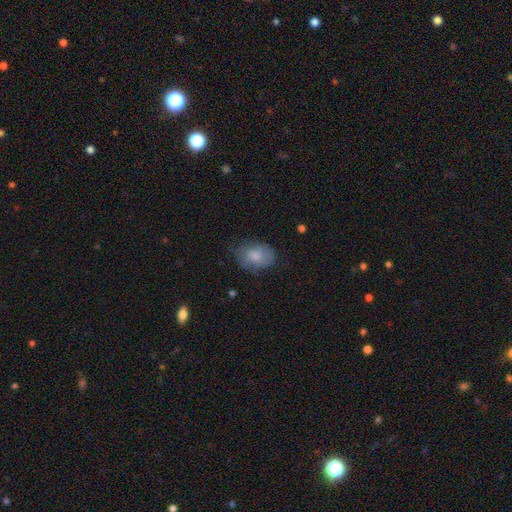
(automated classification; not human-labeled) This appears to be a smooth galaxy with no disk features (71%) that is in between round and cigar-shaped (75%). Merging: none (56%).